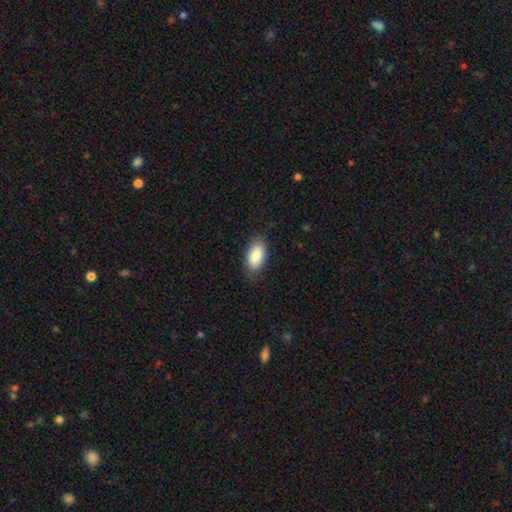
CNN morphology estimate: This is clearly a smooth galaxy (86%). How rounded: clearly in between (93%). Merging: clearly none (81%).